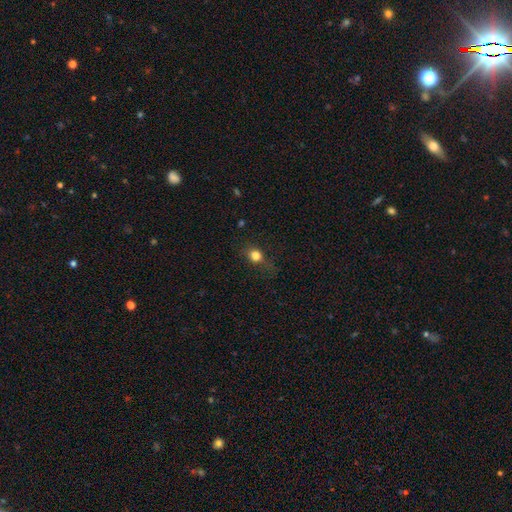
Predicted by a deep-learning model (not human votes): Smooth or featured: smooth — 77% (star or artifact — 14%)
How rounded: round — 64% (in between — 33%)
Merging: none — 67% (minor disturbance — 20%)